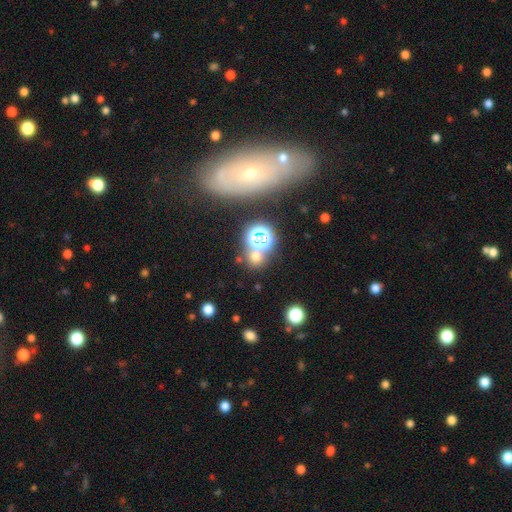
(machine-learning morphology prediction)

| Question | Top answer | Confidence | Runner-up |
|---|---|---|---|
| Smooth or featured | smooth | 53% | star or artifact (39%) |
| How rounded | round | 84% | in between (14%) |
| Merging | none | 69% | merger (19%) |